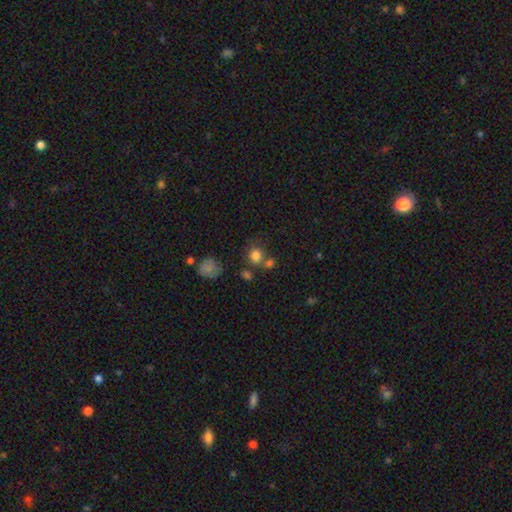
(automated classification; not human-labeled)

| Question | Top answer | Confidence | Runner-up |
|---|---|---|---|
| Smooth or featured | smooth | 79% | star or artifact (13%) |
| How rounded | round | 76% | in between (23%) |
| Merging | none | 59% | merger (23%) |